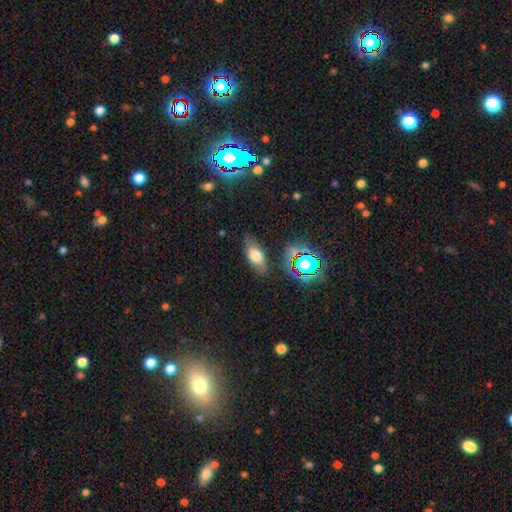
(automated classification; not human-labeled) smooth-or-featured: smooth: 66% | featured or disk: 22% | star or artifact: 13%
  how-rounded: in between: 80% | cigar-shaped: 13% | round: 7%
  merging: none: 79% | minor disturbance: 15% | major disturbance: 4% | merger: 3%